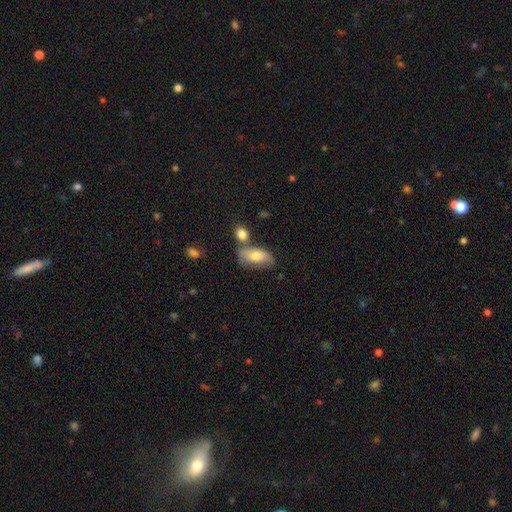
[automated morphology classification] smooth 71%, featured or disk 22%, star or artifact 7%. Down the decision tree: how rounded — in between (89%); merging — none (53%).